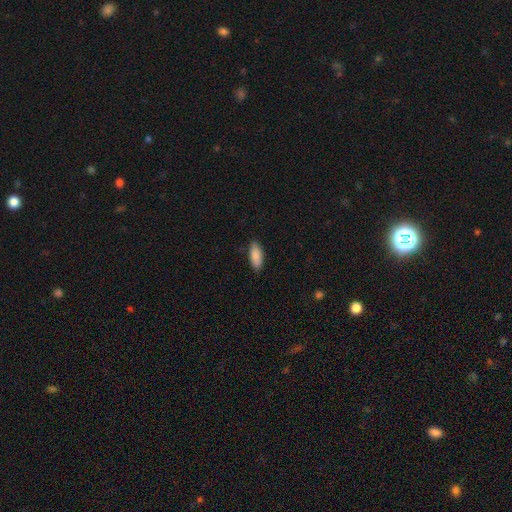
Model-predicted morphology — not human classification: Smooth or featured: smooth — 87% (featured or disk — 7%)
How rounded: in between — 78% (cigar-shaped — 20%)
Merging: none — 86% (minor disturbance — 11%)